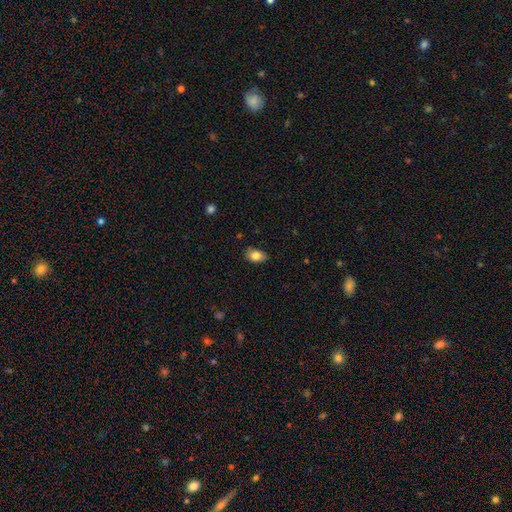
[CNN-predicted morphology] A smooth galaxy with no disk features (83%) that is in between round and cigar-shaped (87%).

Vote fractions:
- Smooth or featured? smooth: 83% / featured or disk: 9% / star or artifact: 8%
- How rounded? in between: 87% / round: 12% / cigar-shaped: 1%
- Merging? none: 79% / minor disturbance: 17% / major disturbance: 3% / merger: 1%